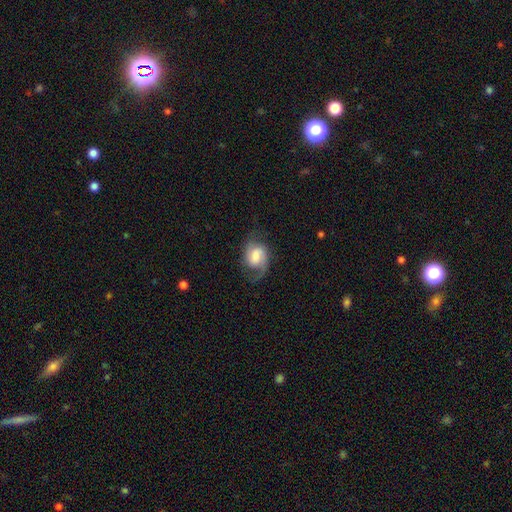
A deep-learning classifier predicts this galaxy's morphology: Smooth or featured? featured or disk (66%)
Edge-on disk? no (97%)
Bar? weak (46%)
Spiral arms? yes (92%)
Spiral winding? medium (45%)
Spiral arm count? 2 (76%)
Bulge size? large (35%)
Merging? none (61%)